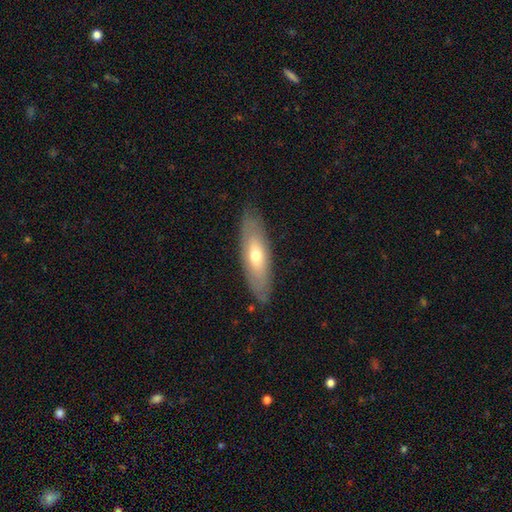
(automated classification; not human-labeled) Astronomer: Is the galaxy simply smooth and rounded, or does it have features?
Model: smooth — 53% (runner-up: featured or disk, 41%).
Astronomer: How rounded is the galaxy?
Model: in between — 53% (runner-up: cigar-shaped, 45%).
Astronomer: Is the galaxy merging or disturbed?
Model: none — 84%.